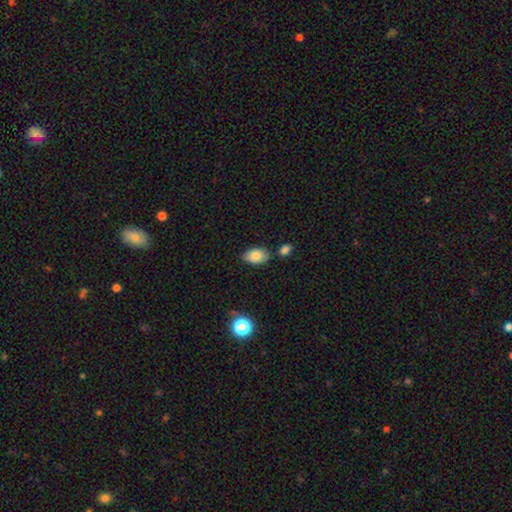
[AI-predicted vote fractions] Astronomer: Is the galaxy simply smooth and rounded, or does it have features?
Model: smooth — 83%.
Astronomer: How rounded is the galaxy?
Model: in between — 91%.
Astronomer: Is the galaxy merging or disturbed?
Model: none — 73%.